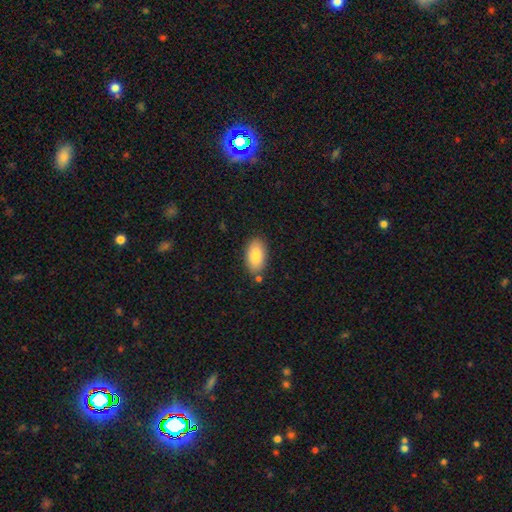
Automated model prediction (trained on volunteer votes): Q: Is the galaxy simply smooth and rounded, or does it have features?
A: smooth — 85%.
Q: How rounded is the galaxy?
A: in between — 94%.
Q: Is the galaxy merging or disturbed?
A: none — 81%.